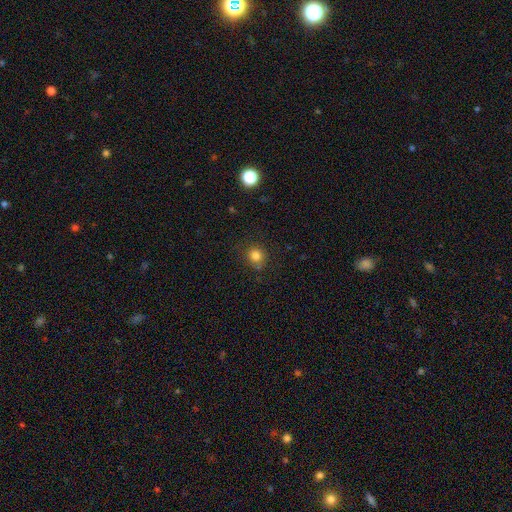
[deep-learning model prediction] Overall: smooth (82%). How rounded: round (88%). Merging: none (80%).